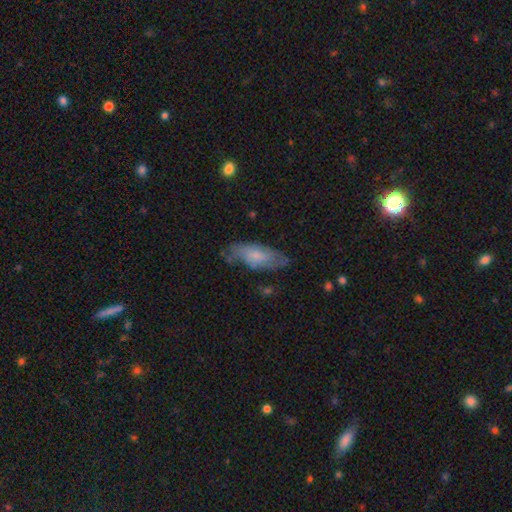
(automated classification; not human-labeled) The model was most divided on "smooth or featured": smooth: 61%, featured or disk: 33%, star or artifact: 6%. More confident: how rounded — in between (74%); merging — none (63%).